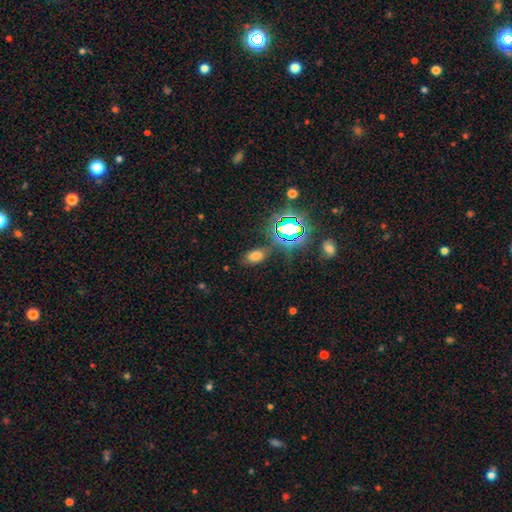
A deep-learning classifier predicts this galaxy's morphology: Smooth or featured? smooth (63%)
How rounded? in between (88%)
Merging? none (75%)